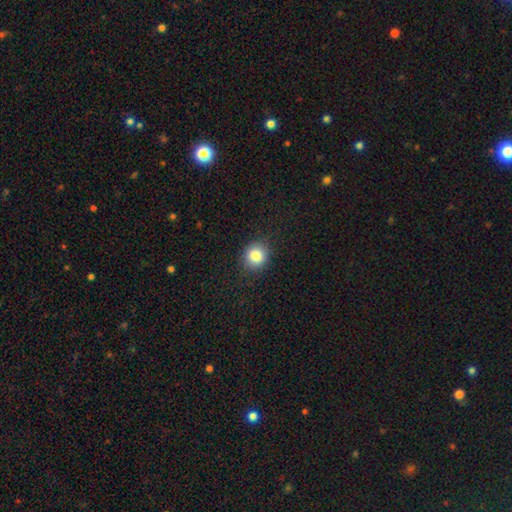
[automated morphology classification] The model was most divided on "how rounded": round: 78%, in between: 21%, cigar-shaped: 1%. More confident: merging — none (88%); smooth or featured — smooth (84%).